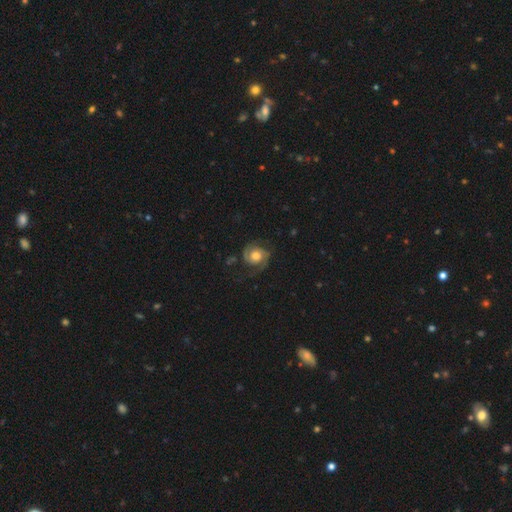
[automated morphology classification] This appears to be a featured or disk galaxy (75%) with no bar (73%), 2 (84%) medium (45%) spiral arms (95%) and a moderate central bulge (60%). Merging: none (68%).